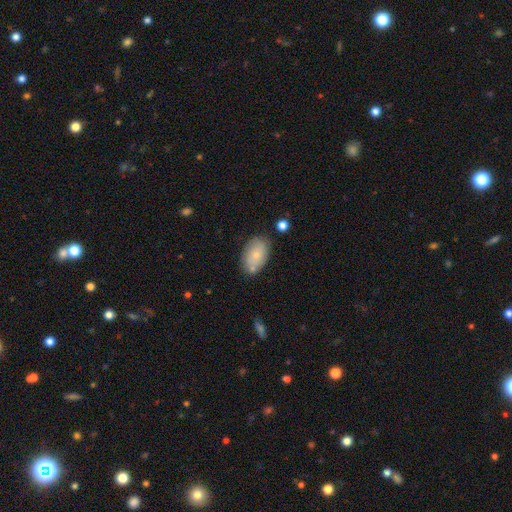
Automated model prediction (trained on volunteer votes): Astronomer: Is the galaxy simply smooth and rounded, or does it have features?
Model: smooth — 69%.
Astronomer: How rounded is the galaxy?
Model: in between — 91%.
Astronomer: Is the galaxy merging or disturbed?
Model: none — 71%.